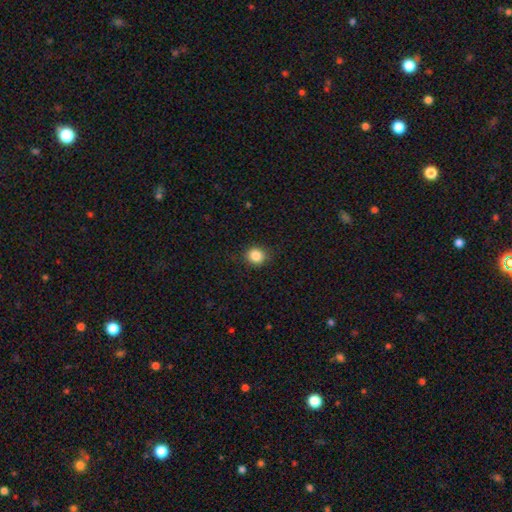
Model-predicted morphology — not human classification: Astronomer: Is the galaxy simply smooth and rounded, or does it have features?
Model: smooth — 86%.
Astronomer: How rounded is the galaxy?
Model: round — 84%.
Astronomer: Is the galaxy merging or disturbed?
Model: none — 88%.